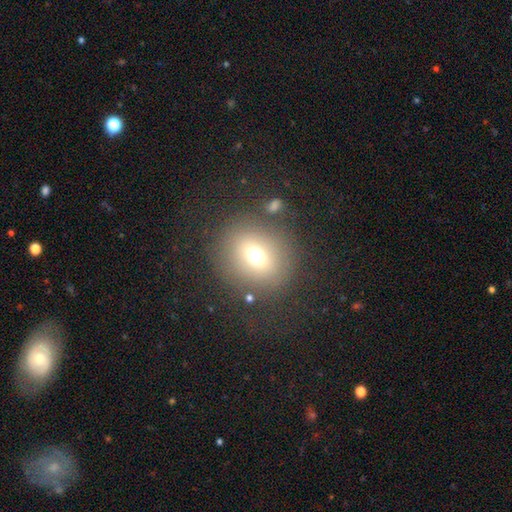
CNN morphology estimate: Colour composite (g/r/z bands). It shows a smooth galaxy with no disk features (68%) that is round (81%). Merging: none (76%).